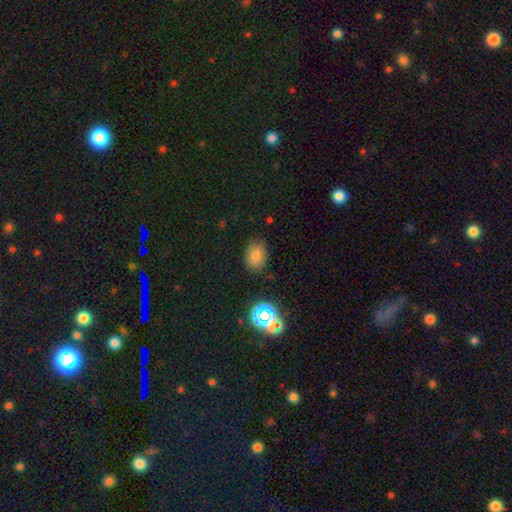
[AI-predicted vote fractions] smooth-or-featured: smooth: 75% | star or artifact: 15% | featured or disk: 10%
  how-rounded: in between: 69% | round: 30% | cigar-shaped: 1%
  merging: none: 78% | minor disturbance: 16% | major disturbance: 4% | merger: 2%